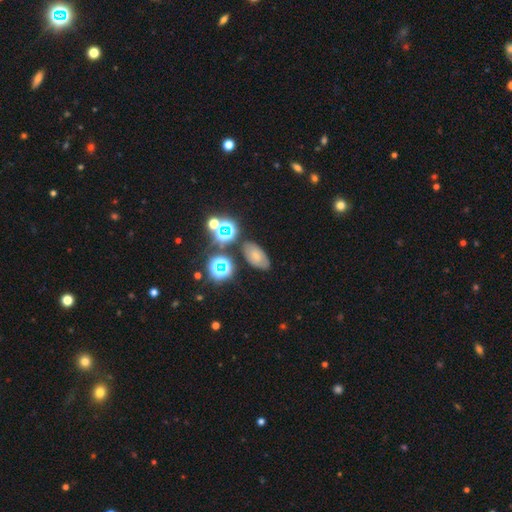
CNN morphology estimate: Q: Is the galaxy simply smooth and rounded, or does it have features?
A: smooth — 57%.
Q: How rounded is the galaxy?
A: in between — 89%.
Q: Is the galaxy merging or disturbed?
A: none — 75%.